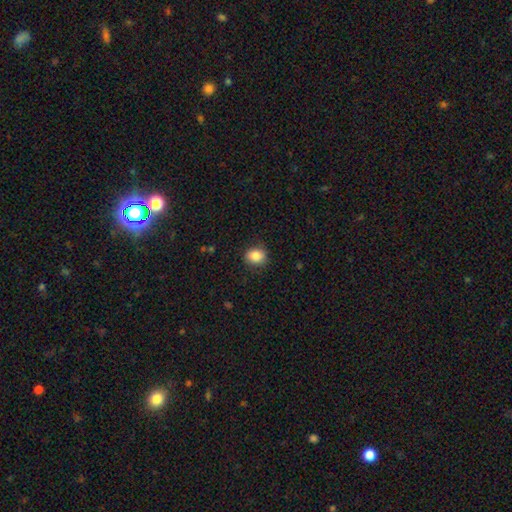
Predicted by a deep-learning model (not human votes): Q: Smooth or featured?
A: smooth (85%); runner-up: star or artifact (9%)
Q: How rounded?
A: round (62%); runner-up: in between (37%)
Q: Merging?
A: none (84%); runner-up: minor disturbance (12%)